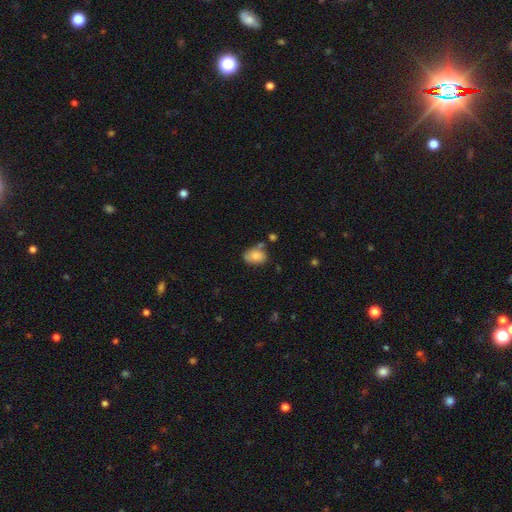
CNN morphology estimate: This is clearly a smooth galaxy (80%). How rounded: likely in between (74%). Merging: likely none (62%).